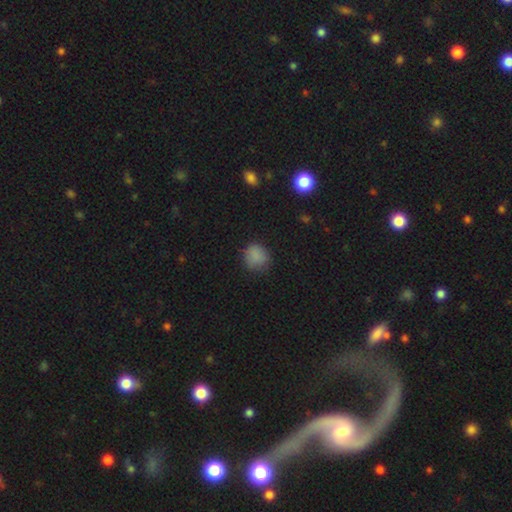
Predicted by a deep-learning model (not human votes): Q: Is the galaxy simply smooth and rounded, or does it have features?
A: smooth — 83%.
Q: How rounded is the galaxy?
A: round — 82%.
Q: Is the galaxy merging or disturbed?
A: none — 76%.